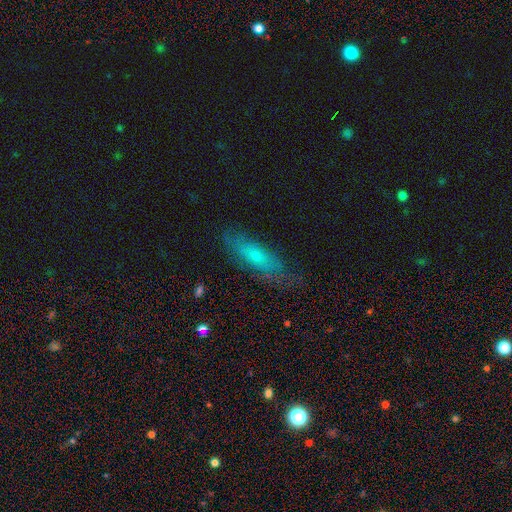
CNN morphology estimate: Q: Smooth or featured?
A: smooth (54%); runner-up: featured or disk (38%)
Q: How rounded?
A: cigar-shaped (49%); runner-up: in between (48%)
Q: Merging?
A: none (73%); runner-up: minor disturbance (20%)